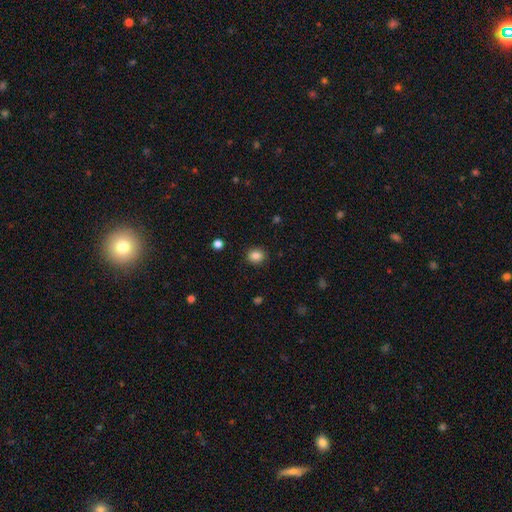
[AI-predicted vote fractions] This is clearly a smooth galaxy (85%). How rounded: likely round (67%). Merging: clearly none (89%).